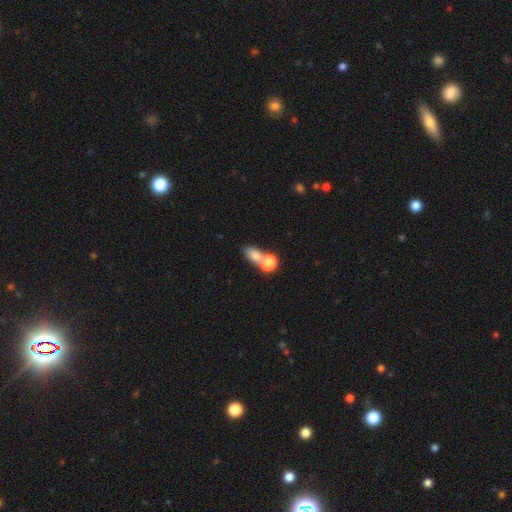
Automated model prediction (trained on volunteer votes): smooth_or_featured: smooth (p=0.76) [alt: star or artifact p=0.12]
how_rounded: in between (p=0.63) [alt: round p=0.34]
merging: merger (p=0.55) [alt: none p=0.32]